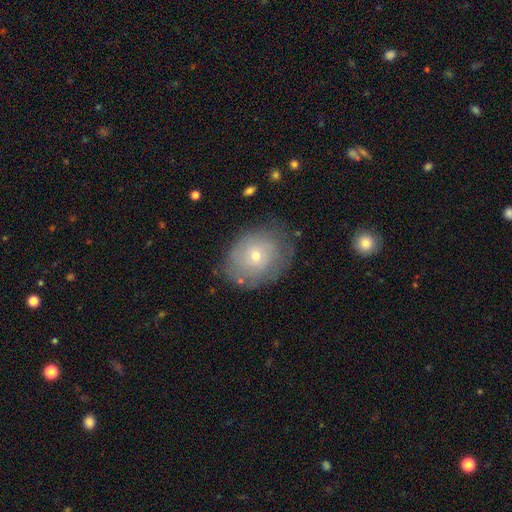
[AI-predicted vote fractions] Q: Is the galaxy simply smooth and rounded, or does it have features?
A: smooth — 50%.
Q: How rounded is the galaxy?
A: round — 55%.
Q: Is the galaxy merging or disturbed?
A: none — 69%.